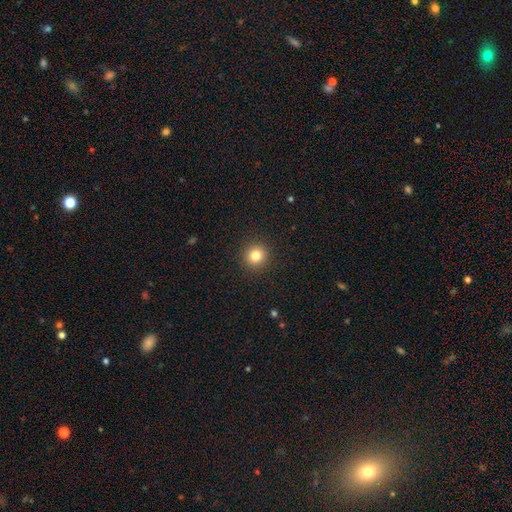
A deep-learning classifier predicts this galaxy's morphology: Q: Smooth or featured?
A: smooth (81%); runner-up: star or artifact (12%)
Q: How rounded?
A: round (94%); runner-up: in between (5%)
Q: Merging?
A: none (92%); runner-up: minor disturbance (5%)